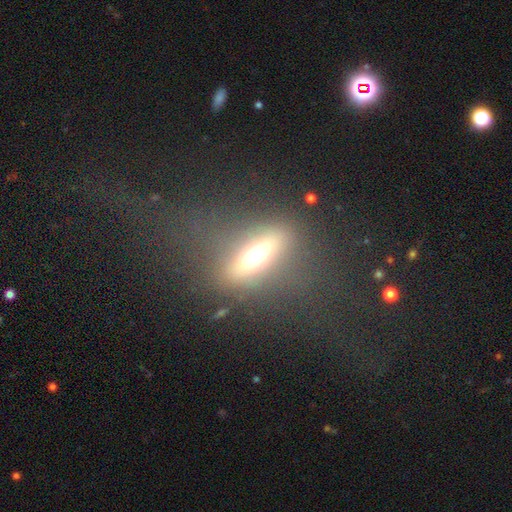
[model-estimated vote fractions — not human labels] smooth-or-featured: smooth: 43% (tied) | featured or disk: 43% (tied) | star or artifact: 14%
  merging: none: 75% | minor disturbance: 11% | major disturbance: 11% | merger: 2%